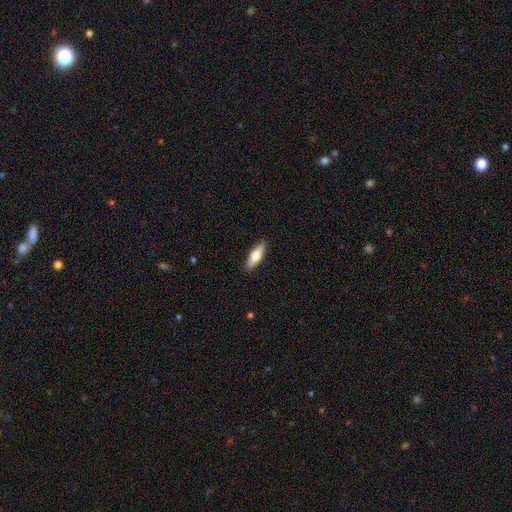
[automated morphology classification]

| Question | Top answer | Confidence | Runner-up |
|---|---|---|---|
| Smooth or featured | smooth | 70% | featured or disk (25%) |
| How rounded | cigar-shaped | 50% | in between (49%) |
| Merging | none | 88% | minor disturbance (9%) |